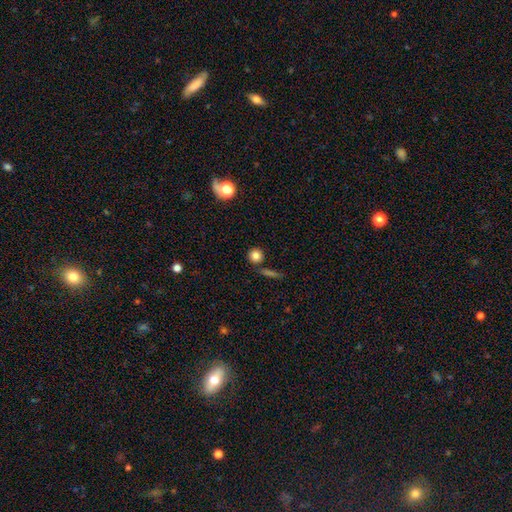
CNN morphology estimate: Smooth or featured? Predicted: smooth (p=0.81). How rounded? Predicted: round (p=0.92). Merging? Predicted: none (p=0.80).